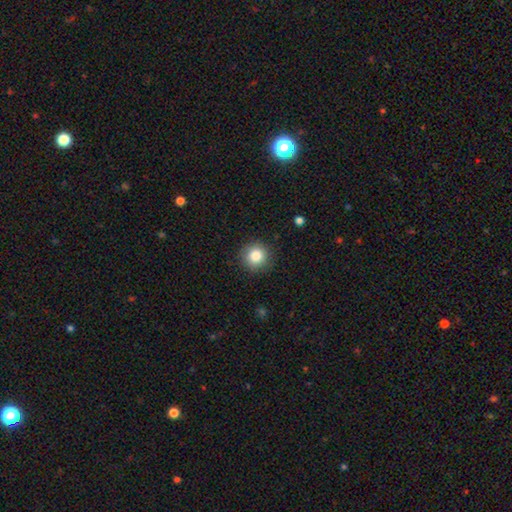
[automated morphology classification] smooth-or-featured: smooth: 84% | star or artifact: 10% | featured or disk: 6%
  how-rounded: round: 93% | in between: 6% | cigar-shaped: 1%
  merging: none: 90% | minor disturbance: 7% | major disturbance: 2% | merger: 1%